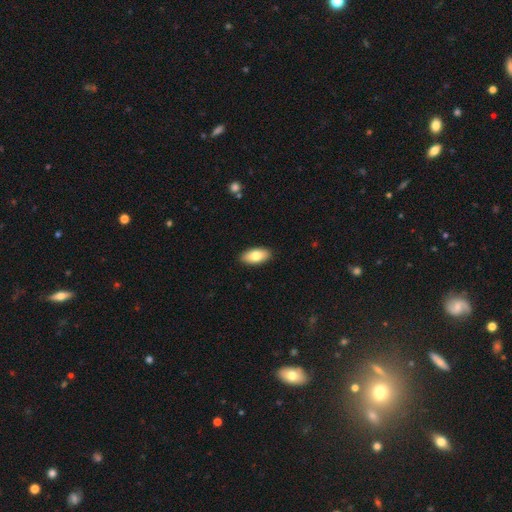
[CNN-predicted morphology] Smooth or featured? Predicted: smooth (p=0.80). How rounded? Predicted: in between (p=0.92). Merging? Predicted: none (p=0.90).